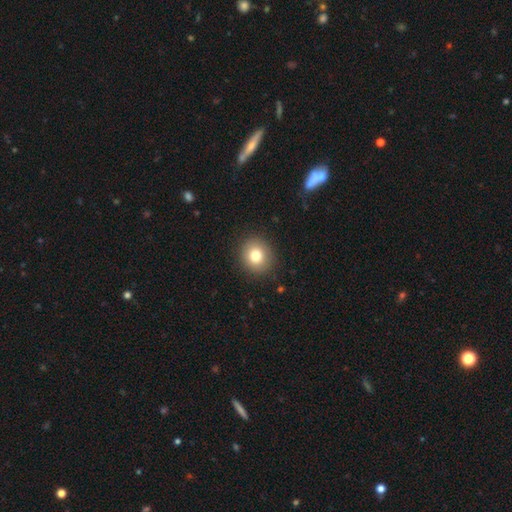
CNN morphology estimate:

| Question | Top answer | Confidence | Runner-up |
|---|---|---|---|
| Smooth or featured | smooth | 79% | featured or disk (10%) |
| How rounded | round | 84% | in between (15%) |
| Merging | none | 89% | minor disturbance (7%) |